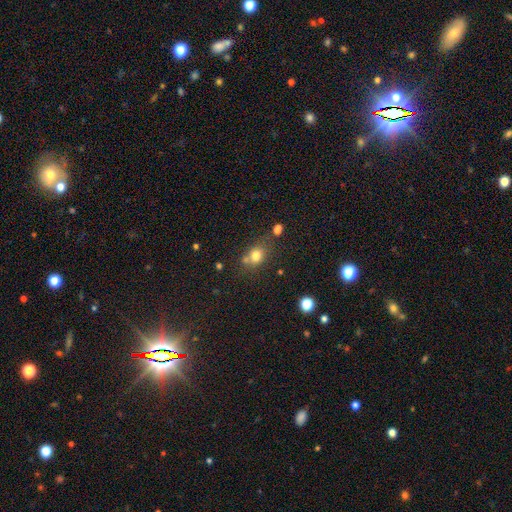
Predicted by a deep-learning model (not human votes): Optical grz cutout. It shows a smooth galaxy with no disk features (76%) that is round (54%). Merging: none (56%).